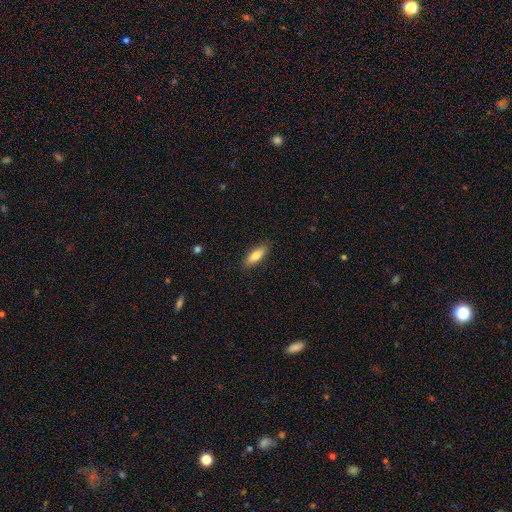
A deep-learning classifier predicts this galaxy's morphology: smooth-or-featured: smooth: 82% | featured or disk: 12% | star or artifact: 6%
  how-rounded: in between: 61% | cigar-shaped: 37% | round: 2%
  merging: none: 87% | minor disturbance: 10% | major disturbance: 2% | merger: 1%